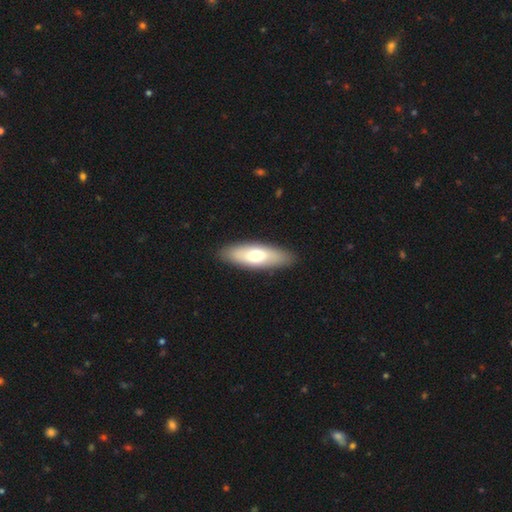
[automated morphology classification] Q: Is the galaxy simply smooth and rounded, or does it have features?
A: smooth — 66%.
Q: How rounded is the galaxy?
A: in between — 60%.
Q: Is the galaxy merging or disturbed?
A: none — 89%.